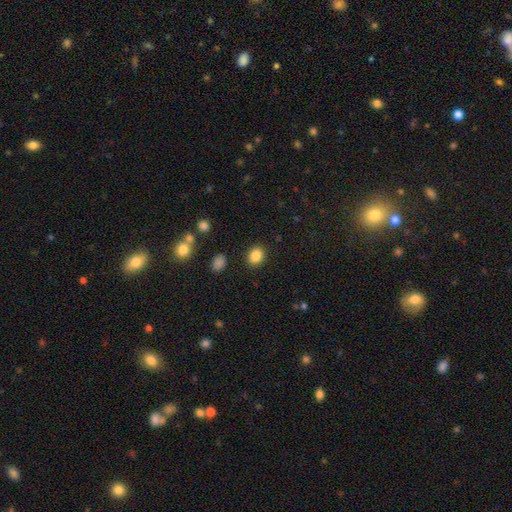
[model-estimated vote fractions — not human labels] This appears to be a smooth galaxy with no disk features (86%) that is in between round and cigar-shaped (52%). Merging: none (87%).